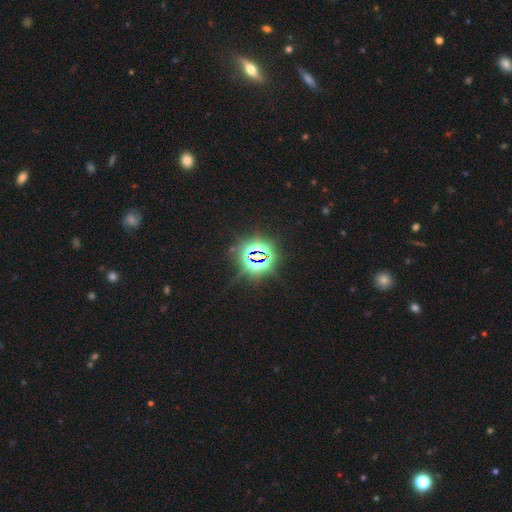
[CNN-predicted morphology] smooth-or-featured: star or artifact: 82% | smooth: 10% | featured or disk: 7%